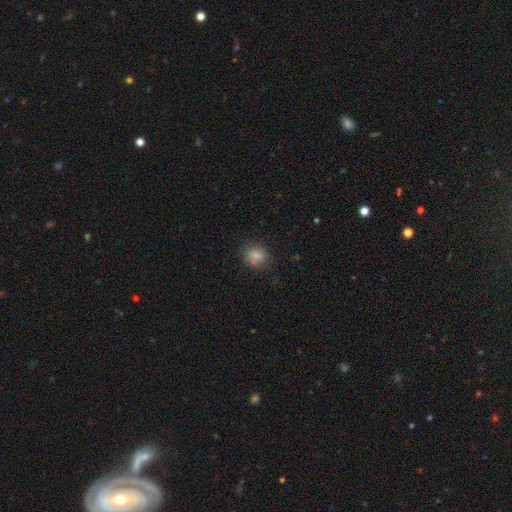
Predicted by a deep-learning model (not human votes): Smooth or featured?
  - smooth: 83% *
  - star or artifact: 10%
  - featured or disk: 7%
How rounded?
  - round: 70% *
  - in between: 29%
  - cigar-shaped: 1%
Merging?
  - none: 75% *
  - minor disturbance: 16%
  - major disturbance: 4%
  - merger: 4%